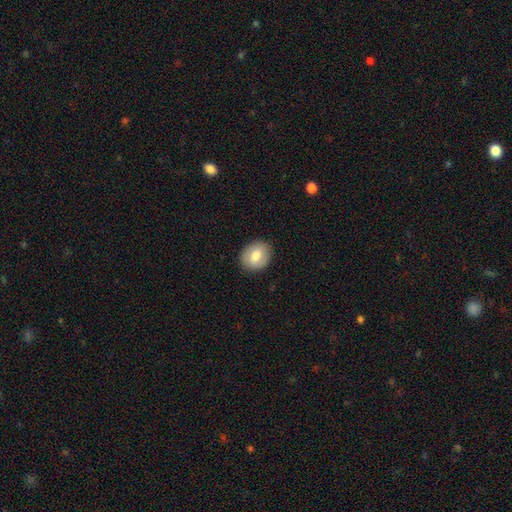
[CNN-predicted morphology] The model was most divided on "how rounded": round: 51%, in between: 48%, cigar-shaped: 1%. More confident: merging — none (86%); smooth or featured — smooth (71%).